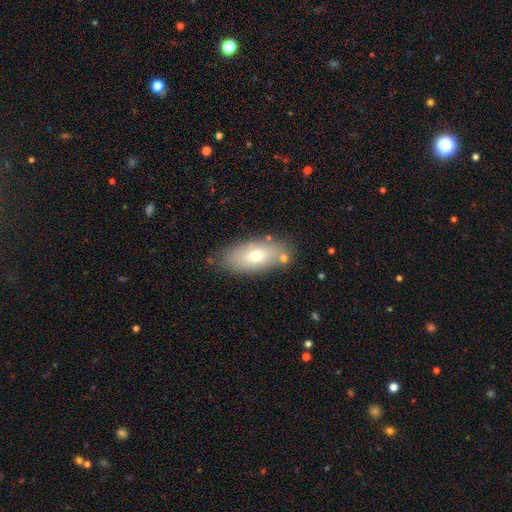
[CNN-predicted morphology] smooth_or_featured: smooth (p=0.67) [alt: featured or disk p=0.25]
how_rounded: in between (p=0.87) [alt: cigar-shaped p=0.09]
merging: none (p=0.75) [alt: minor disturbance p=0.15]